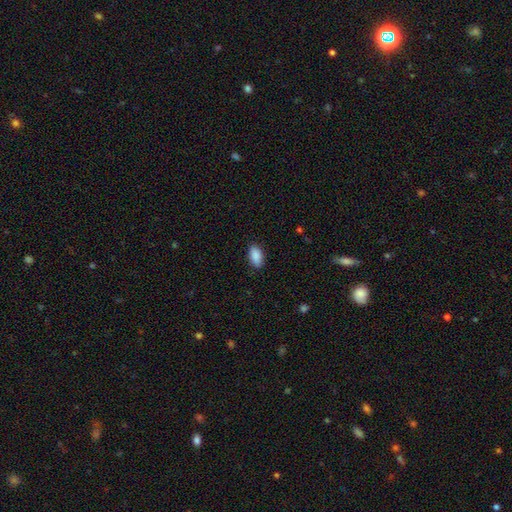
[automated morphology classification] This appears to be a smooth galaxy with no disk features (89%) that is in between round and cigar-shaped (92%). Merging: none (87%).